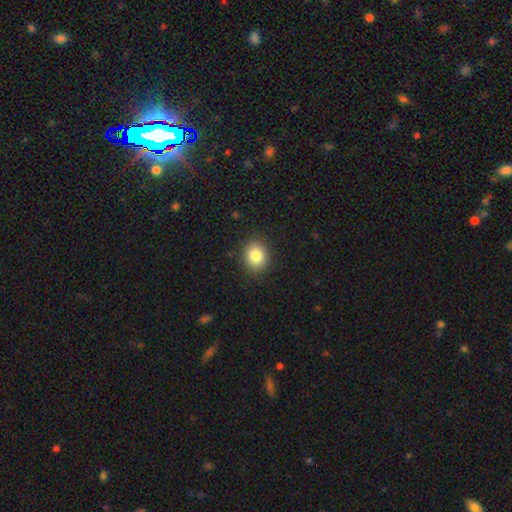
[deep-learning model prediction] Smooth or featured? Predicted: smooth (p=0.83). How rounded? Predicted: round (p=0.67). Merging? Predicted: none (p=0.89).